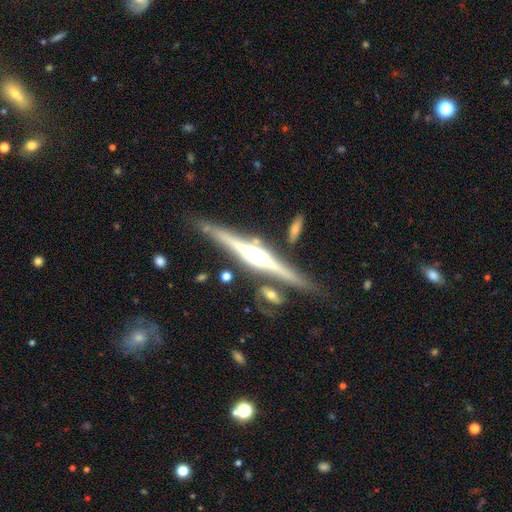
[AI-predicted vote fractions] Smooth or featured? featured or disk (82%)
Edge-on disk? yes (97%)
Edge-on bulge? rounded (88%)
Merging? none (78%)